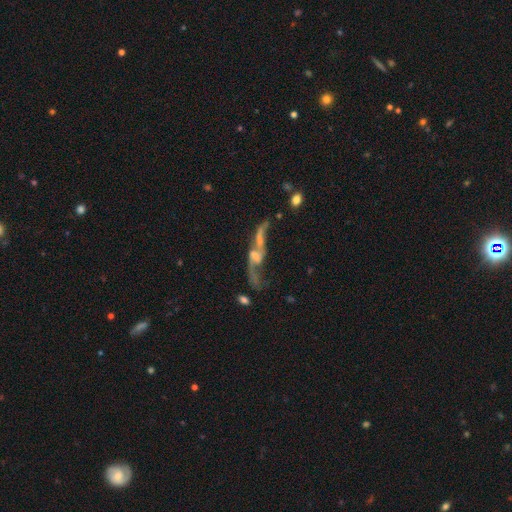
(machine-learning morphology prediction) Overall: featured or disk (55%; star or artifact 23%). Edge-on disk: yes (60%; no 40%). Merging: none (44%; merger 28%).